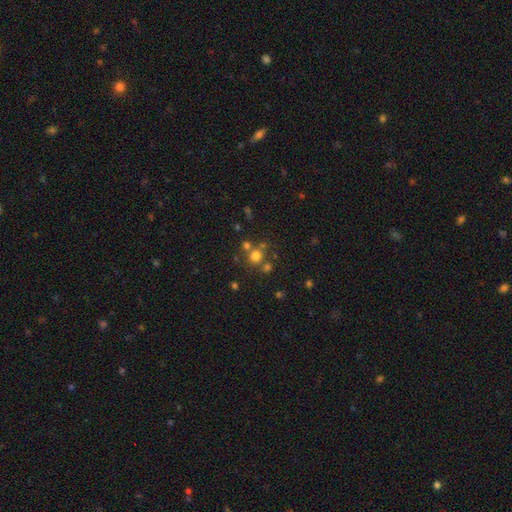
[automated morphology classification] A smooth galaxy with no disk features (70%) that is round (89%).

Vote fractions:
- Smooth or featured? smooth: 70% / star or artifact: 20% / featured or disk: 11%
- How rounded? round: 89% / in between: 10% / cigar-shaped: 1%
- Merging? none: 65% / merger: 23% / minor disturbance: 8% / major disturbance: 4%